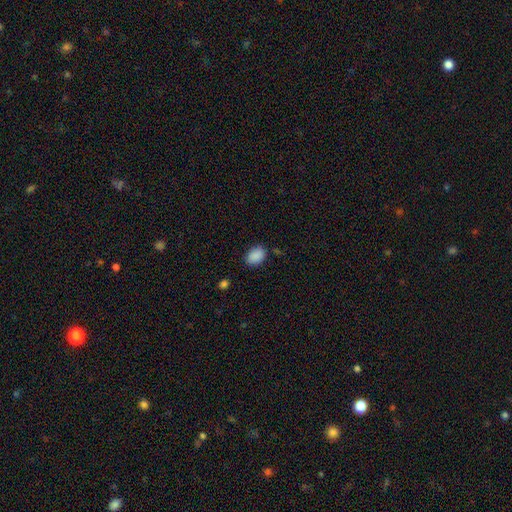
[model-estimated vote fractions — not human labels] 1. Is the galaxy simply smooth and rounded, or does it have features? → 89% smooth, 8% star or artifact, 3% featured or disk.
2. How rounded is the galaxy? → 79% in between, 20% round, 1% cigar-shaped.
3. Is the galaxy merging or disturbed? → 81% none, 14% minor disturbance, 3% major disturbance, 2% merger.